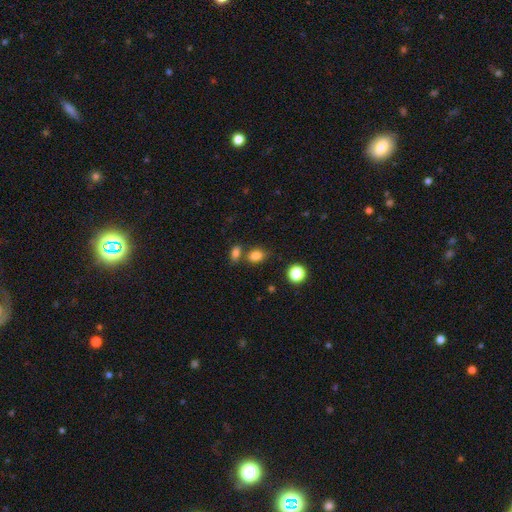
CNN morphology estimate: Smooth or featured? Predicted: smooth (p=0.83). How rounded? Predicted: in between (p=0.66). Merging? Predicted: none (p=0.65).